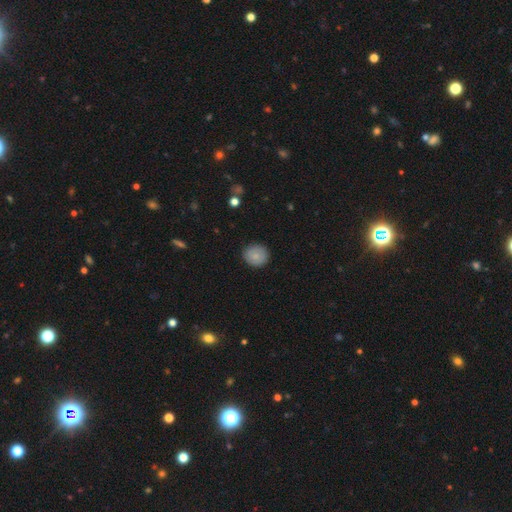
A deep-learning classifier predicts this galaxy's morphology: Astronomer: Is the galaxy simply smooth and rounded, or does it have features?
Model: smooth — 79%.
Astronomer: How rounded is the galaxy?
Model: round — 83%.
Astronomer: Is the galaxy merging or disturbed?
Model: none — 87%.